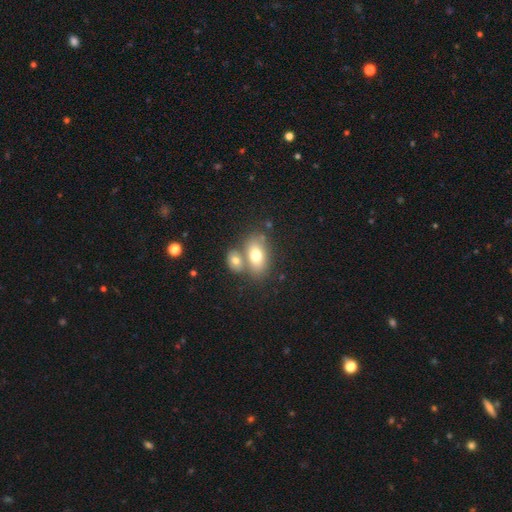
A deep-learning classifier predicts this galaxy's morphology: Smooth or featured? Predicted: smooth (p=0.72). How rounded? Predicted: in between (p=0.87). Merging? Predicted: none (p=0.46).